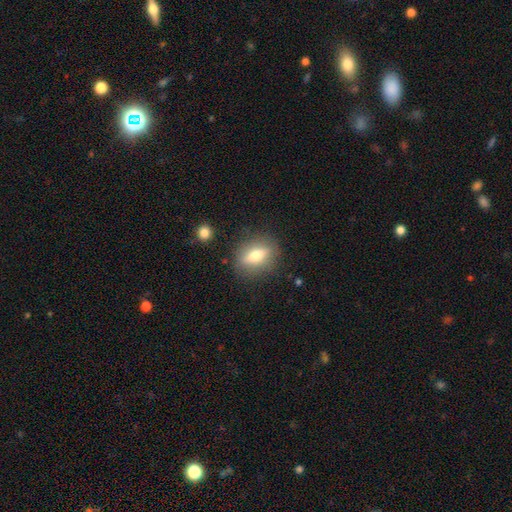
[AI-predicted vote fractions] Overall: smooth (57%; featured or disk 35%). How rounded: in between (57%; round 31%). Merging: none (84%).